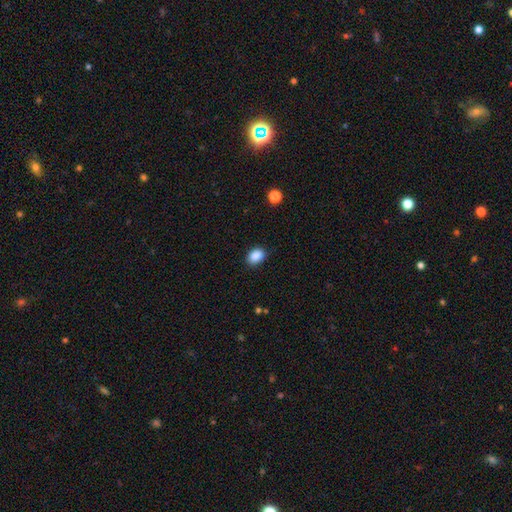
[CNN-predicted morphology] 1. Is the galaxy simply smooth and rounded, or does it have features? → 88% smooth, 9% star or artifact, 4% featured or disk.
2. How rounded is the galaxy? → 75% in between, 24% round, 1% cigar-shaped.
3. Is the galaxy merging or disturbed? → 85% none, 11% minor disturbance, 2% major disturbance, 1% merger.